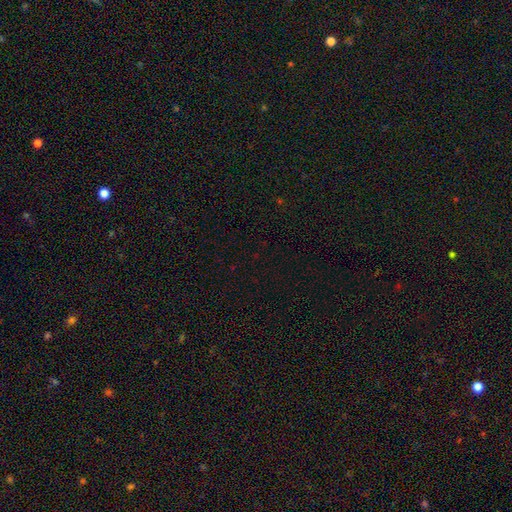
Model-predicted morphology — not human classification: Smooth or featured? star or artifact (69%)